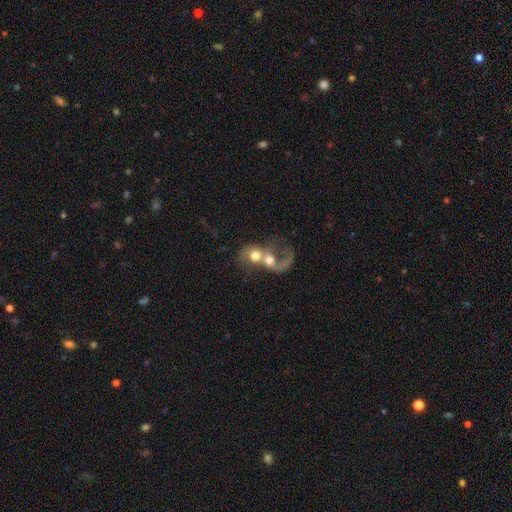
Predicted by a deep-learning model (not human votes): A featured or disk galaxy (47%). Merging: merger (81%).